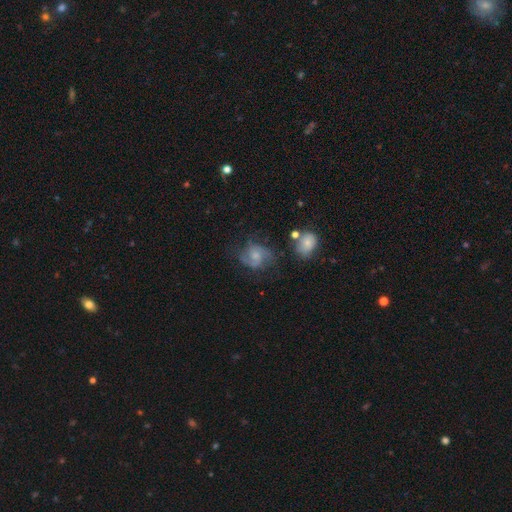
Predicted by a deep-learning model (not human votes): A featured or disk galaxy (61%) with no bar (64%), 2 (72%) medium (50%) spiral arms (88%) and a moderate central bulge (44%). Merging: none (55%).